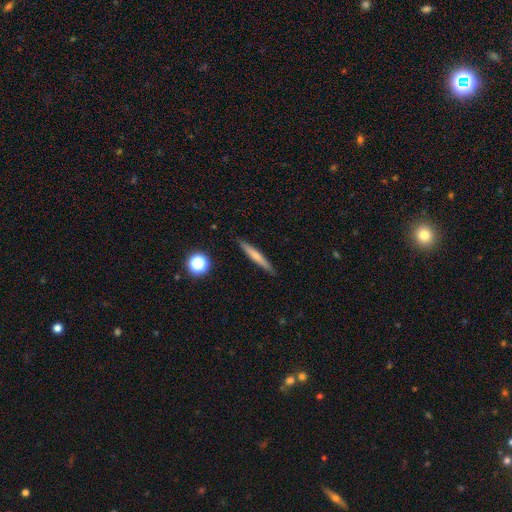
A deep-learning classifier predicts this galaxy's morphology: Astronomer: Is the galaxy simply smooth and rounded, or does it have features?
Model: smooth — 59%.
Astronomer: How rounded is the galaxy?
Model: cigar-shaped — 94%.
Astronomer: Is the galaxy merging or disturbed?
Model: none — 90%.